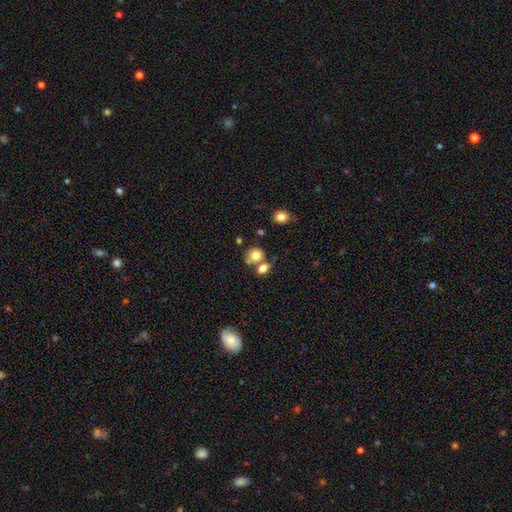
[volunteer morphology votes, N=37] Smooth or featured? smooth (86%)
How rounded? round (72%)
Merging? none (61%)